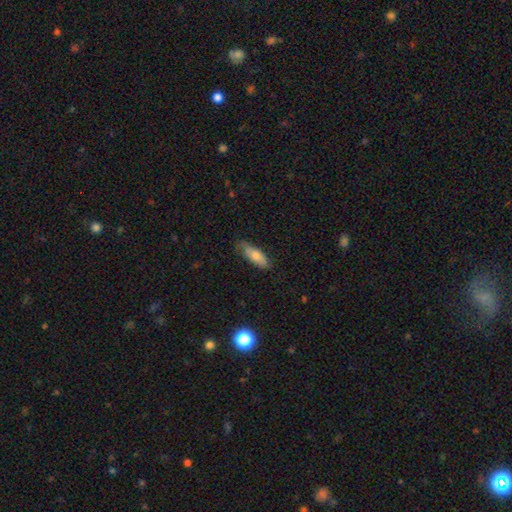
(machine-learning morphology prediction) Smooth or featured: smooth — 73% (featured or disk — 21%)
How rounded: in between — 58% (cigar-shaped — 39%)
Merging: none — 67% (minor disturbance — 27%)